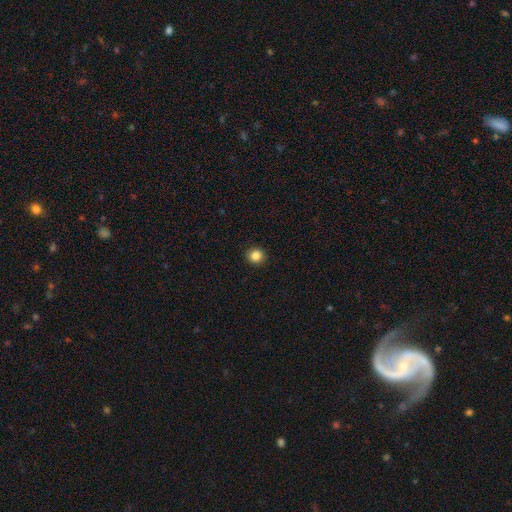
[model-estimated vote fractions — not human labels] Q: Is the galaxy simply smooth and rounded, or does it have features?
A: smooth — 86%.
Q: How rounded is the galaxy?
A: round — 92%.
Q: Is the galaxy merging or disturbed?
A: none — 92%.